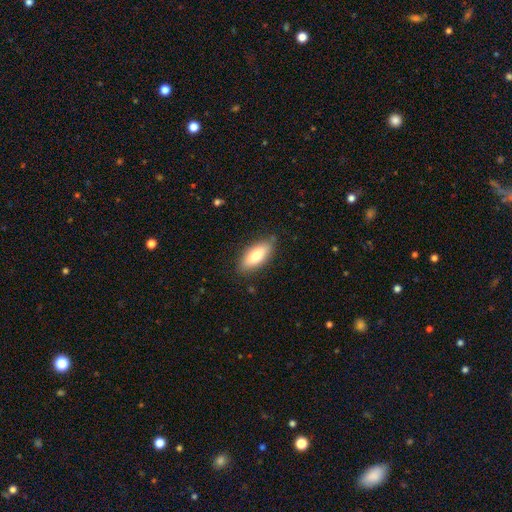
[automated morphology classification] This is likely a smooth galaxy (79%). How rounded: clearly in between (82%). Merging: clearly none (82%).